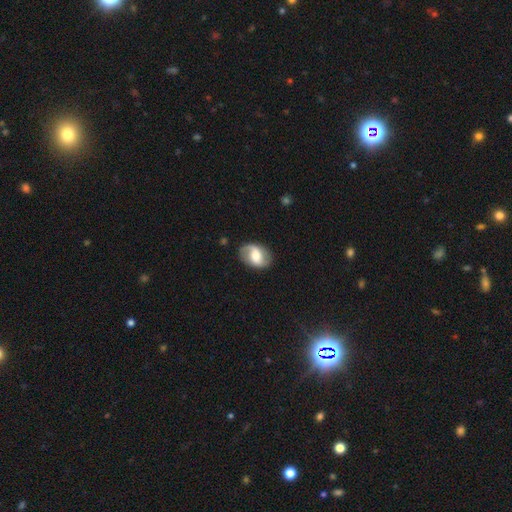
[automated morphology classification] Smooth or featured? Predicted: featured or disk (p=0.65). Edge-on disk? Predicted: no (p=0.96). Bar? Predicted: weak (p=0.43). Spiral arms? Predicted: yes (p=0.84). Spiral winding? Predicted: loose (p=0.46). Spiral arm count? Predicted: 2 (p=0.88). Bulge size? Predicted: moderate (p=0.62). Merging? Predicted: none (p=0.82).